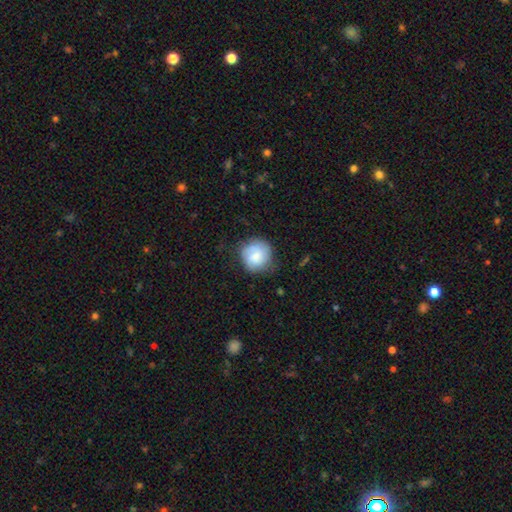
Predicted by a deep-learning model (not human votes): This appears to be a smooth galaxy with no disk features (59%) that is round (88%). Merging: none (69%).